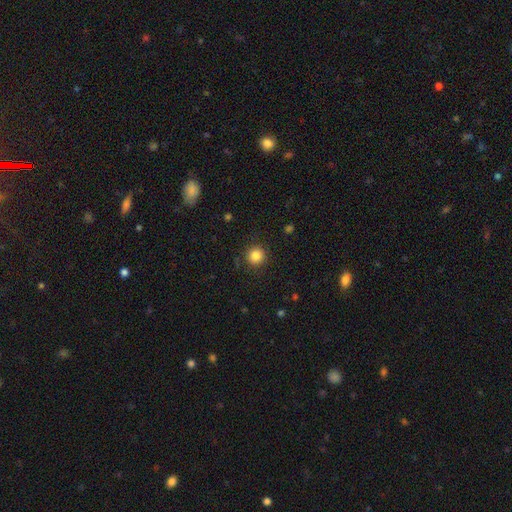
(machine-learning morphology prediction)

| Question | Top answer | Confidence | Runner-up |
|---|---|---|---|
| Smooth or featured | smooth | 84% | star or artifact (11%) |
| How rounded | round | 94% | in between (5%) |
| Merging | none | 90% | minor disturbance (7%) |